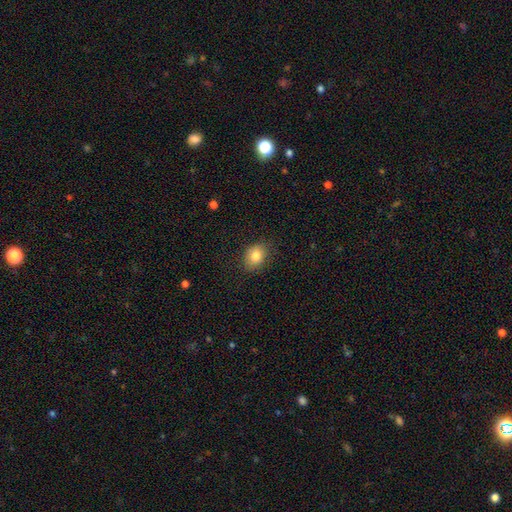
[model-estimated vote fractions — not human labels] A smooth galaxy with no disk features (82%) that is in between round and cigar-shaped (56%). Merging: none (83%).